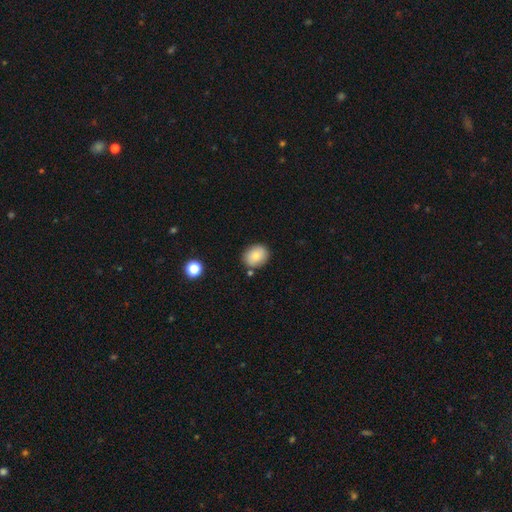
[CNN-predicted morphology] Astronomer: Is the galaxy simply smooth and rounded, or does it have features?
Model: smooth — 84%.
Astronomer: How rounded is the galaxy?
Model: in between — 51% (runner-up: round, 49%).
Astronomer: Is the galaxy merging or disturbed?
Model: none — 80%.